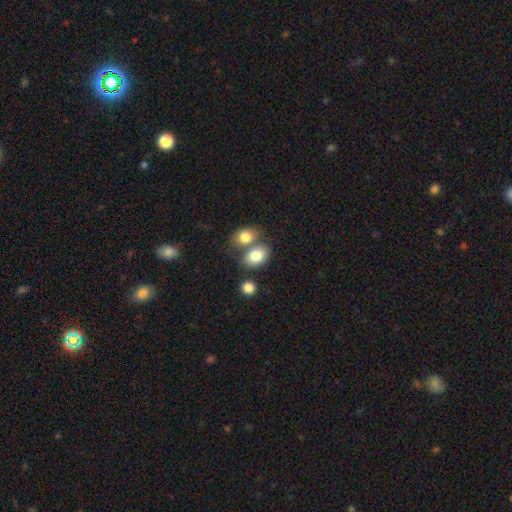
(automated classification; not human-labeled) A smooth galaxy with no disk features (82%) that is in between round and cigar-shaped (75%). Merging: none (46%).